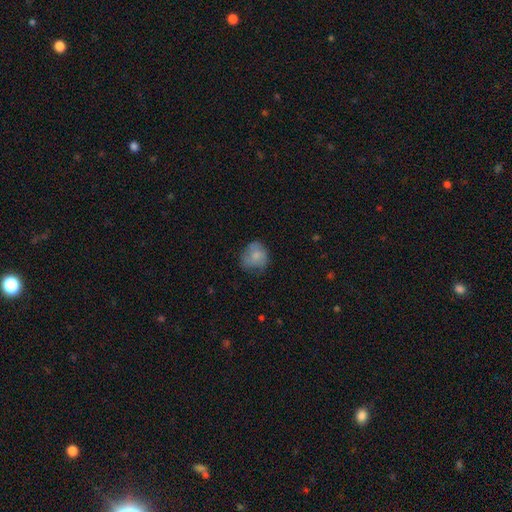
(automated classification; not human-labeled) Smooth or featured? smooth (72%)
How rounded? round (70%)
Merging? none (57%)